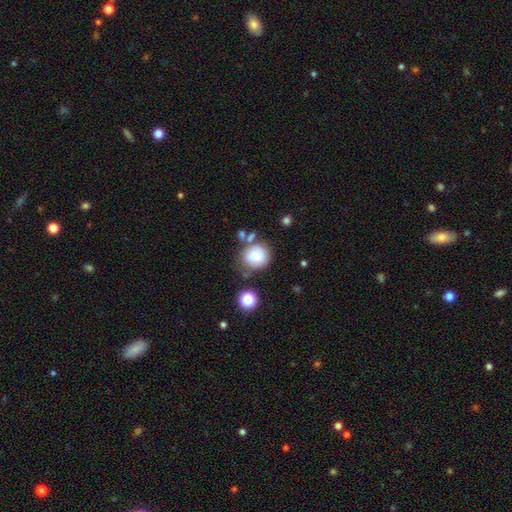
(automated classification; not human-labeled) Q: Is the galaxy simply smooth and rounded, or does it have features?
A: smooth — 73%.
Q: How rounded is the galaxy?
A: round — 78%.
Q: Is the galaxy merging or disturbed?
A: none — 55%.